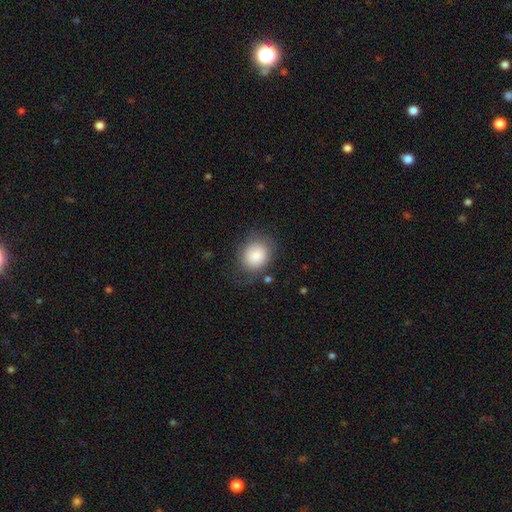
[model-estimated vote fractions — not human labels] Q: Smooth or featured?
A: smooth (85%); runner-up: star or artifact (8%)
Q: How rounded?
A: round (68%); runner-up: in between (31%)
Q: Merging?
A: none (75%); runner-up: minor disturbance (16%)